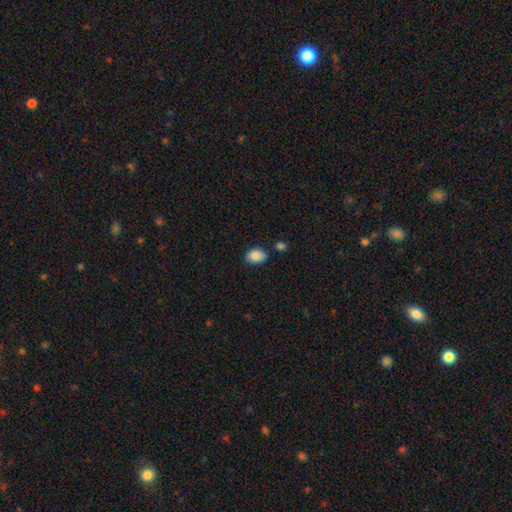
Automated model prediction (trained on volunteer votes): smooth_or_featured: smooth (p=0.88) [alt: star or artifact p=0.08]
how_rounded: in between (p=0.80) [alt: round p=0.19]
merging: none (p=0.73) [alt: minor disturbance p=0.17]